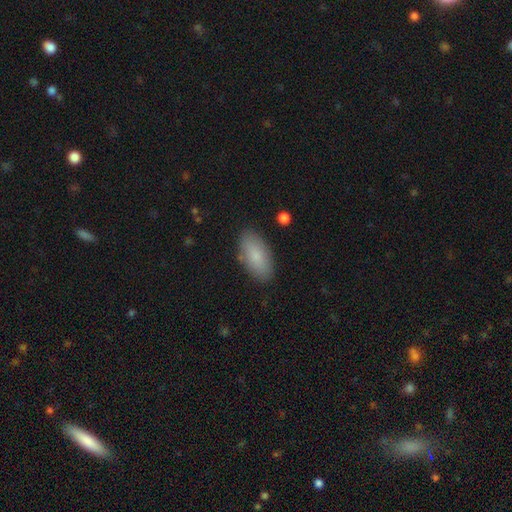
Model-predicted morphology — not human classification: This appears to be a smooth galaxy with no disk features (84%) that is in between round and cigar-shaped (90%). Merging: none (85%).